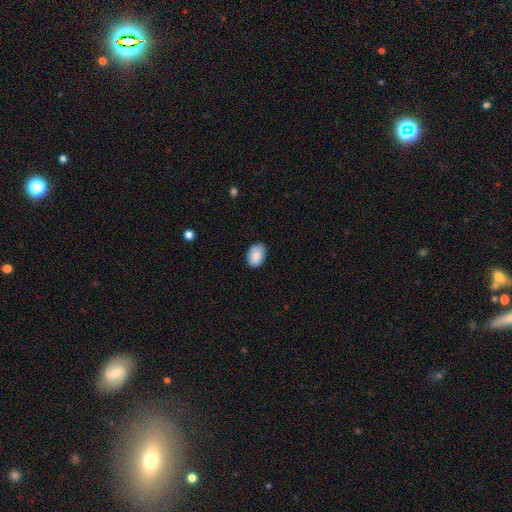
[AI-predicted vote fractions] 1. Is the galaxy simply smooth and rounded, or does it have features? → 87% smooth, 7% star or artifact, 6% featured or disk.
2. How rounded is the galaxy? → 84% in between, 15% round, 1% cigar-shaped.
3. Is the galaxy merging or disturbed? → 81% none, 16% minor disturbance, 2% major disturbance, 1% merger.